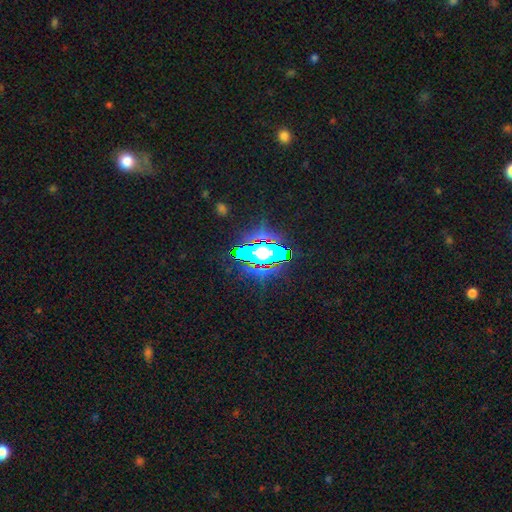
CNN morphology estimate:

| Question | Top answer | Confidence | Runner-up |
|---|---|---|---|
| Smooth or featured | star or artifact | 53% | smooth (29%) |